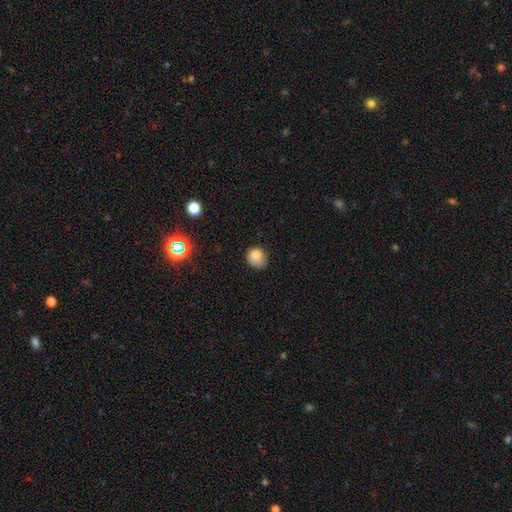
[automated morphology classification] The model was most divided on "merging": none: 63%, minor disturbance: 29%, major disturbance: 6%, merger: 2%. More confident: smooth or featured — smooth (83%); how rounded — round (75%).